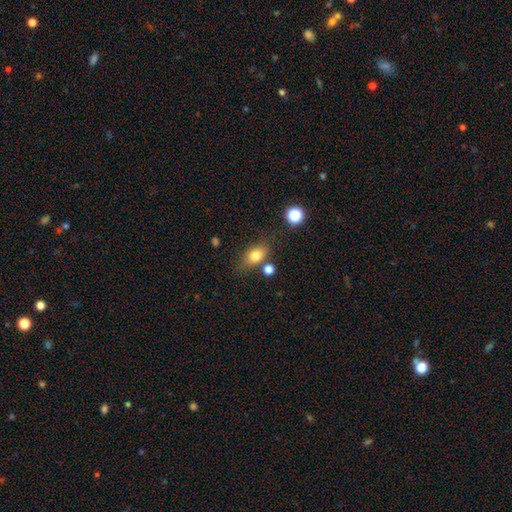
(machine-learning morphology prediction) A smooth galaxy with no disk features (78%) that is in between round and cigar-shaped (74%).

Vote fractions:
- Smooth or featured? smooth: 78% / featured or disk: 11% / star or artifact: 11%
- How rounded? in between: 74% / round: 23% / cigar-shaped: 3%
- Merging? none: 71% / minor disturbance: 15% / merger: 9% / major disturbance: 5%